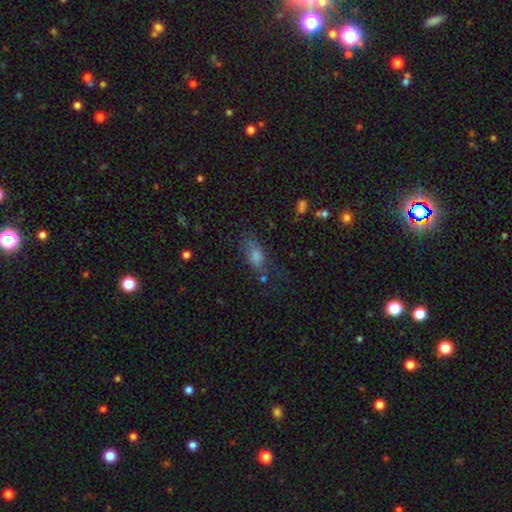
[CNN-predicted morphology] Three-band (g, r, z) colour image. It shows a smooth galaxy with no disk features (59%) that is in between round and cigar-shaped (71%). Merging: none (56%).